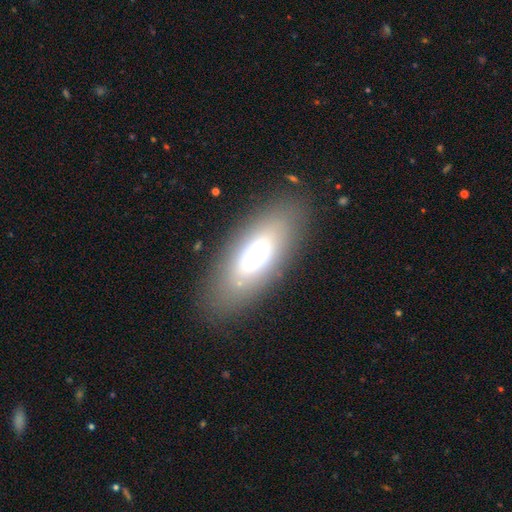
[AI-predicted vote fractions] Smooth or featured?
  - smooth: 60% *
  - featured or disk: 28%
  - star or artifact: 11%
How rounded?
  - in between: 78% *
  - cigar-shaped: 17%
  - round: 5%
Merging?
  - none: 83% *
  - minor disturbance: 10%
  - major disturbance: 5%
  - merger: 2%